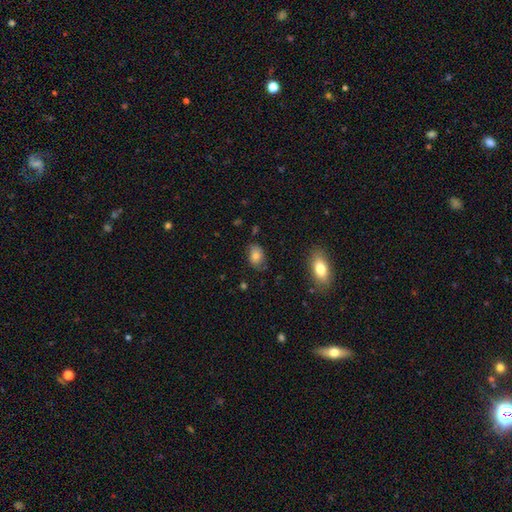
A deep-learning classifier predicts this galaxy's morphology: smooth-or-featured: smooth: 78% | featured or disk: 12% | star or artifact: 10%
  how-rounded: in between: 78% | round: 20% | cigar-shaped: 1%
  merging: none: 74% | minor disturbance: 20% | major disturbance: 4% | merger: 2%